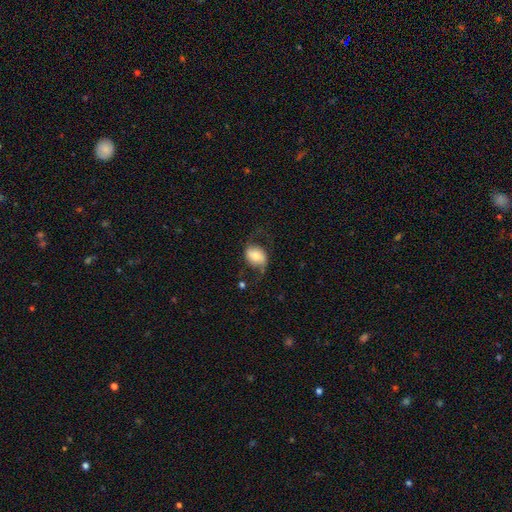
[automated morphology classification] Smooth or featured: smooth — 47% (featured or disk — 45%)
Merging: none — 57% (minor disturbance — 23%)